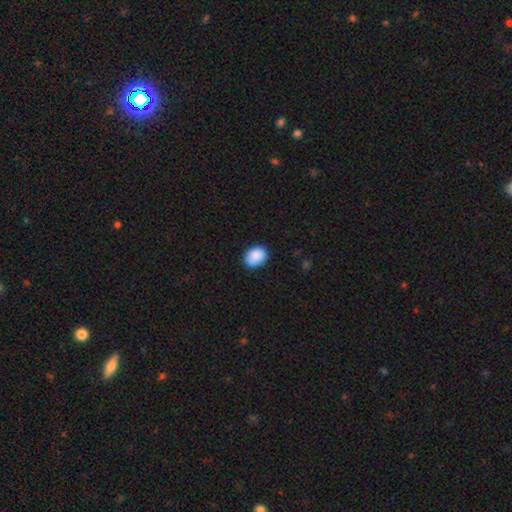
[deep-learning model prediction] The model was most divided on "how rounded": in between: 64%, round: 35%, cigar-shaped: 1%. More confident: smooth or featured — smooth (89%); merging — none (84%).